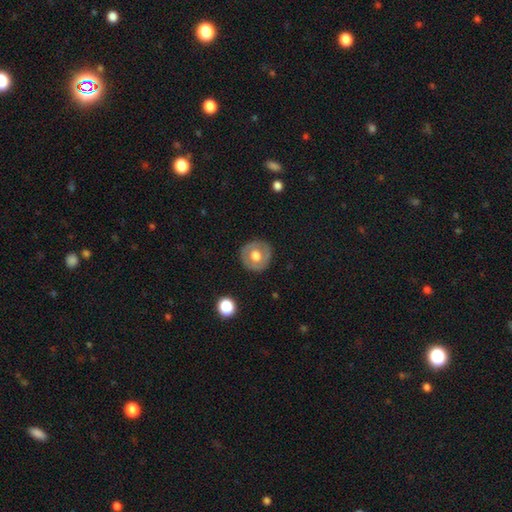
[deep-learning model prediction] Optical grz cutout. It shows a smooth galaxy with no disk features (53%) that is round (89%). Merging: none (85%).